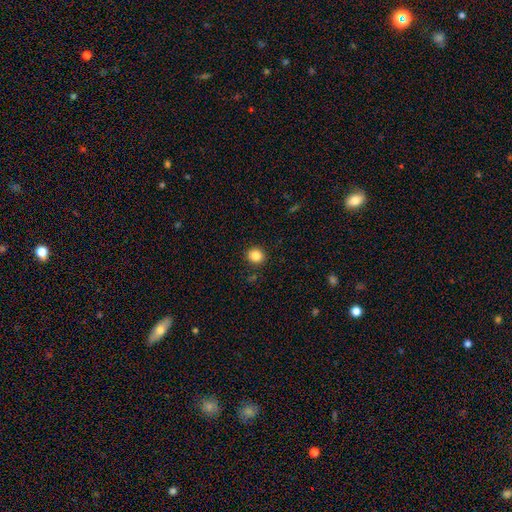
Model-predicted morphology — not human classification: Smooth or featured: smooth — 85% (star or artifact — 10%)
How rounded: round — 88% (in between — 11%)
Merging: none — 90% (minor disturbance — 6%)